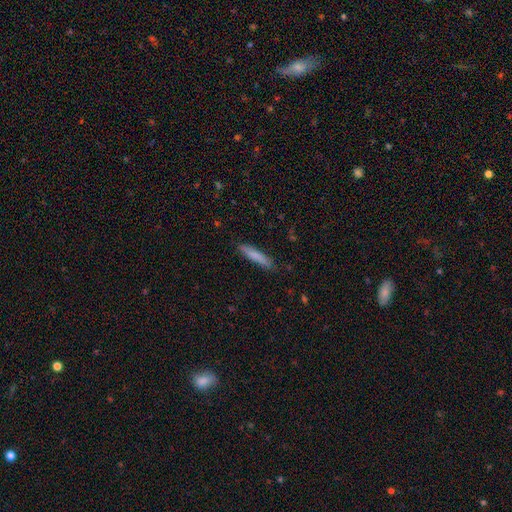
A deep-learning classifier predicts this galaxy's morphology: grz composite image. It shows a smooth galaxy with no disk features (80%) that is cigar-shaped (90%). Merging: none (86%).